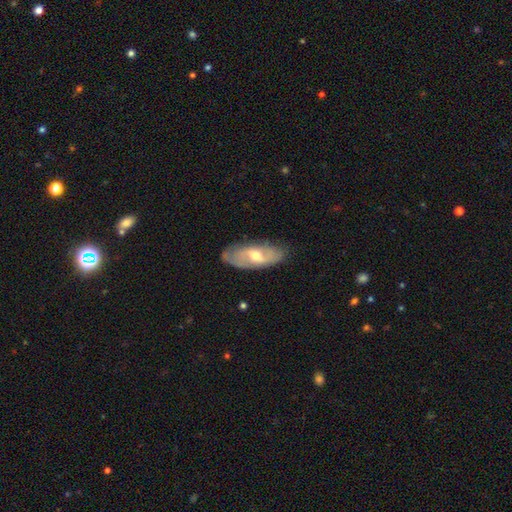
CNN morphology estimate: A featured or disk galaxy (63%) with a weak bar (45%), spiral arms (70%) and a moderate central bulge (70%). Merging: none (79%).